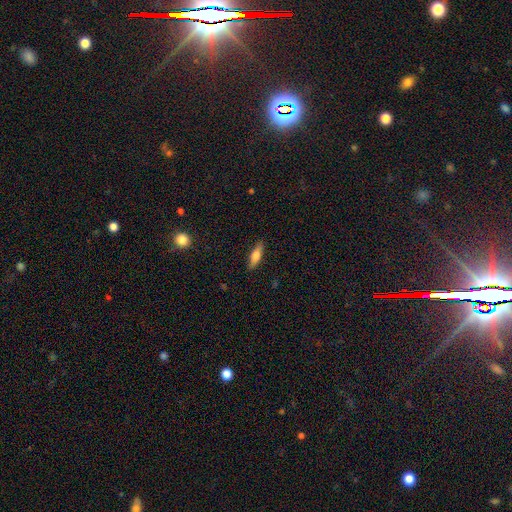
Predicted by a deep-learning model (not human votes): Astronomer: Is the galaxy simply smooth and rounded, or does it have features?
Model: smooth — 63%.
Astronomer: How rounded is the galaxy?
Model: cigar-shaped — 55% (runner-up: in between, 42%).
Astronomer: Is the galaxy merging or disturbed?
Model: none — 87%.